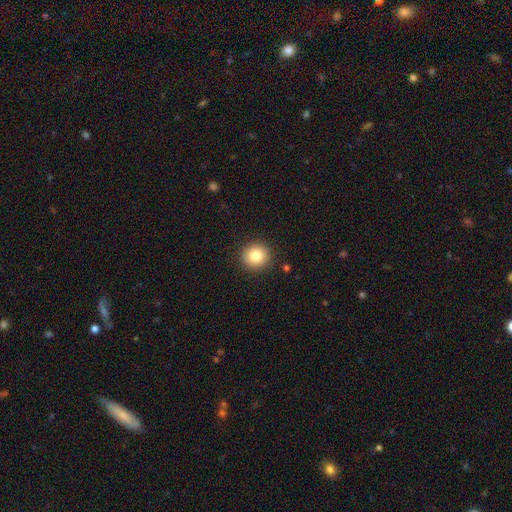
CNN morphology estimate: smooth-or-featured: smooth: 83% | star or artifact: 10% | featured or disk: 8%
  how-rounded: round: 92% | in between: 7% | cigar-shaped: 1%
  merging: none: 91% | minor disturbance: 6% | major disturbance: 2% | merger: 1%